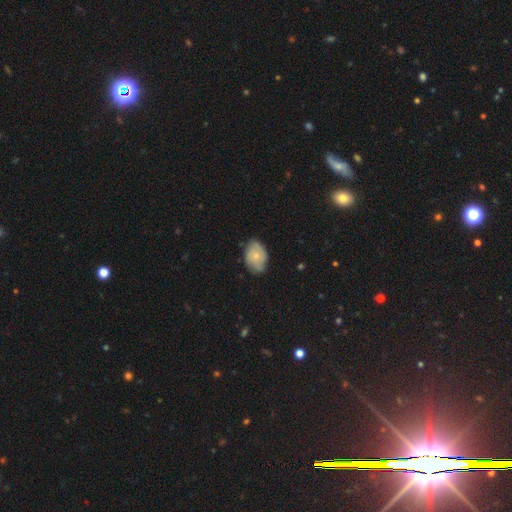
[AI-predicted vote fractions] Smooth or featured?
  - smooth: 52% *
  - featured or disk: 42%
  - star or artifact: 6%
How rounded?
  - in between: 80% *
  - round: 18%
  - cigar-shaped: 1%
Merging?
  - none: 69% *
  - minor disturbance: 25%
  - major disturbance: 5%
  - merger: 1%